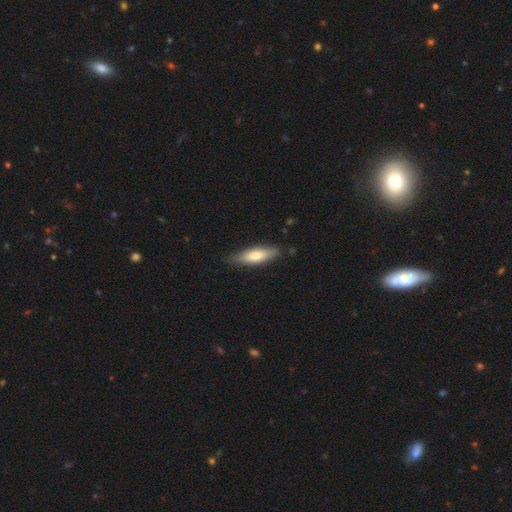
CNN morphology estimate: smooth_or_featured: smooth (p=0.68) [alt: featured or disk p=0.27]
how_rounded: cigar-shaped (p=0.56) [alt: in between p=0.42]
merging: none (p=0.81) [alt: minor disturbance p=0.15]